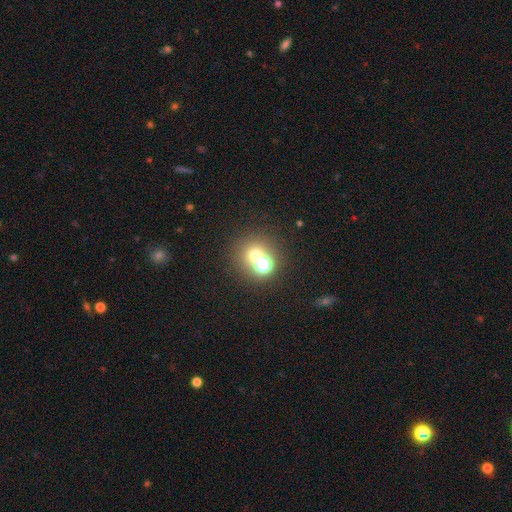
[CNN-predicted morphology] smooth_or_featured: smooth (p=0.57) [alt: star or artifact p=0.31]
how_rounded: round (p=0.87) [alt: in between p=0.12]
merging: none (p=0.59) [alt: merger p=0.30]